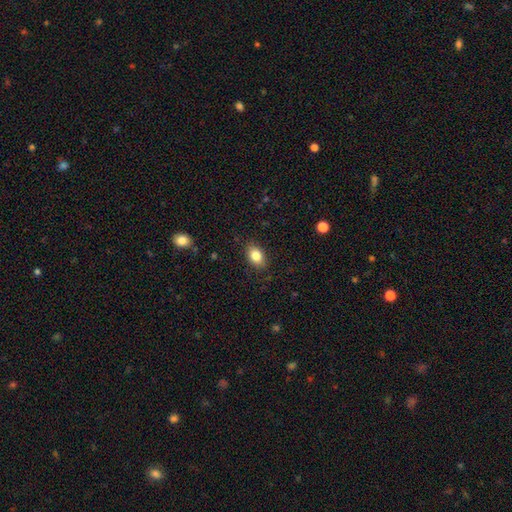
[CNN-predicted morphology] smooth-or-featured: smooth: 84% | star or artifact: 8% | featured or disk: 8%
  how-rounded: in between: 83% | round: 15% | cigar-shaped: 2%
  merging: none: 86% | minor disturbance: 11% | major disturbance: 3% | merger: 1%